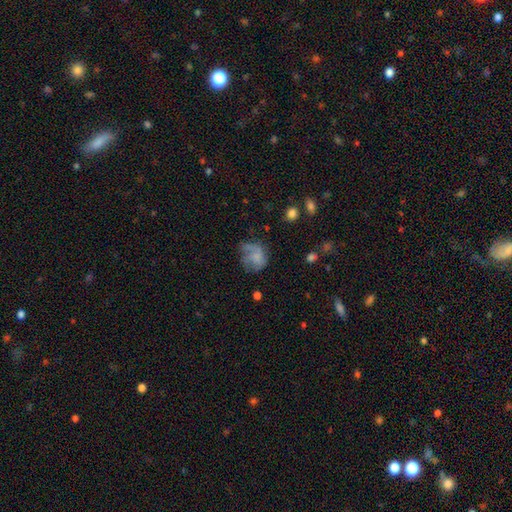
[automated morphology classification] Smooth or featured: smooth — 55% (featured or disk — 34%)
How rounded: round — 59% (in between — 40%)
Merging: none — 37% (major disturbance — 33%)